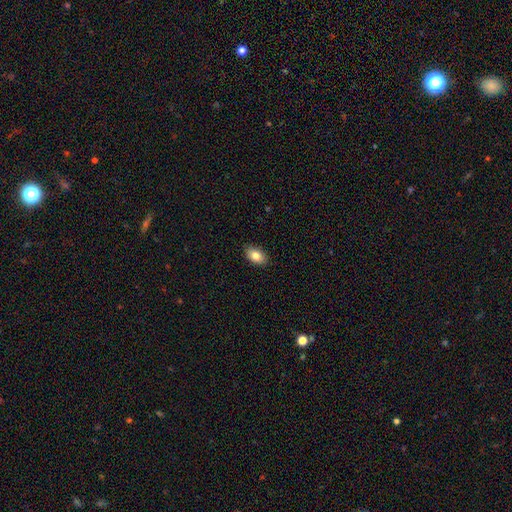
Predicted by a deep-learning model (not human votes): A smooth galaxy with no disk features (82%) that is in between round and cigar-shaped (90%).

Vote fractions:
- Smooth or featured? smooth: 82% / featured or disk: 11% / star or artifact: 8%
- How rounded? in between: 90% / round: 8% / cigar-shaped: 2%
- Merging? none: 88% / minor disturbance: 9% / major disturbance: 2% / merger: 1%